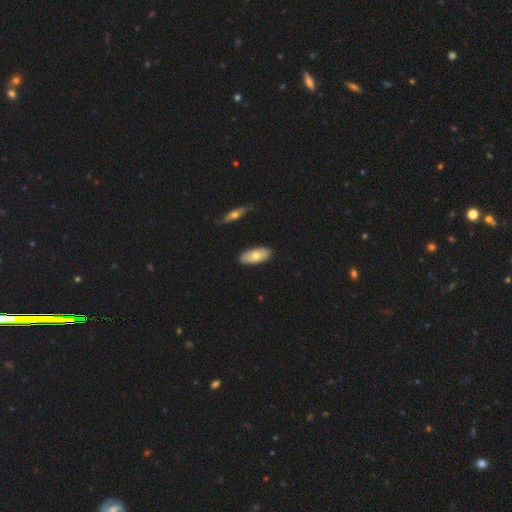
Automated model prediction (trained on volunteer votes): This appears to be a smooth galaxy with no disk features (69%) that is in between round and cigar-shaped (90%). Merging: none (87%).